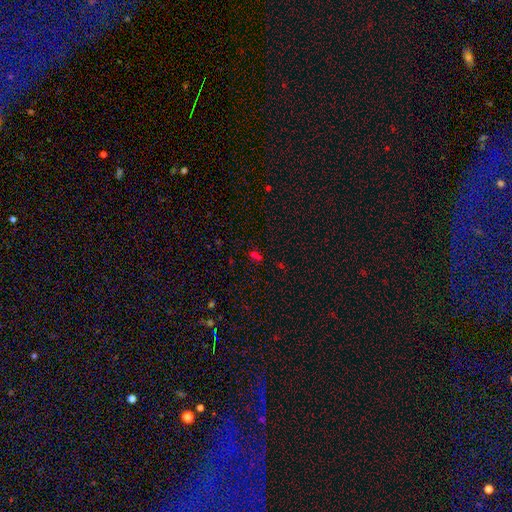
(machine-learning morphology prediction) type=star or artifact (54%).